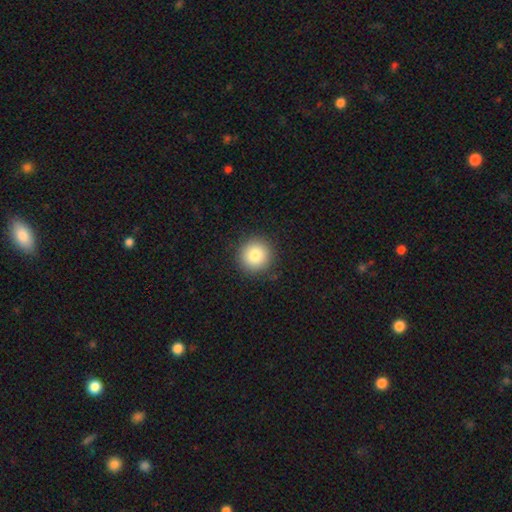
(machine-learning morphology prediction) Overall: smooth (81%). How rounded: round (95%). Merging: none (92%).